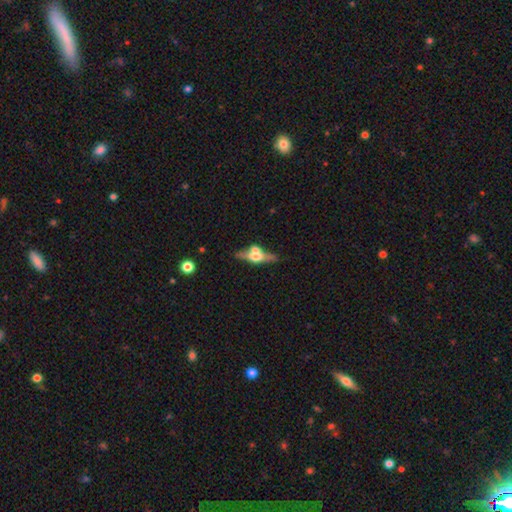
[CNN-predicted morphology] Q: Smooth or featured?
A: featured or disk (66%); runner-up: smooth (27%)
Q: Edge-on disk?
A: yes (88%); runner-up: no (12%)
Q: Edge-on bulge?
A: rounded (91%); runner-up: boxy (7%)
Q: Merging?
A: none (56%); runner-up: merger (24%)